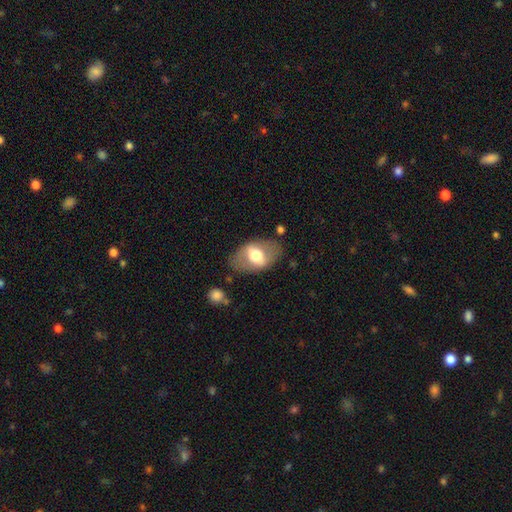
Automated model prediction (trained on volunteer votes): Smooth or featured: smooth — 51% (featured or disk — 42%)
How rounded: in between — 89% (round — 9%)
Merging: none — 76% (minor disturbance — 15%)